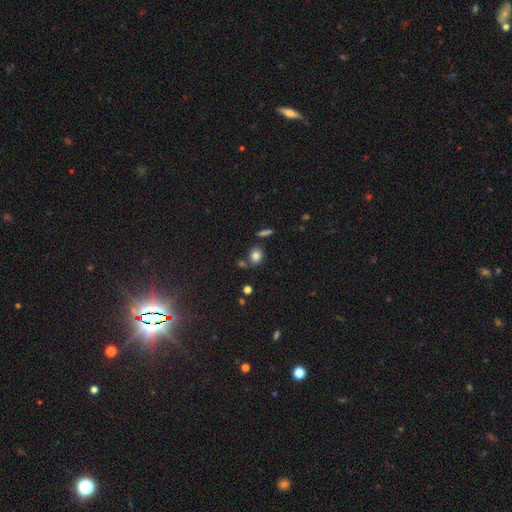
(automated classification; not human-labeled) This is clearly a smooth galaxy (81%). How rounded: likely round (65%). Merging: likely none (70%).